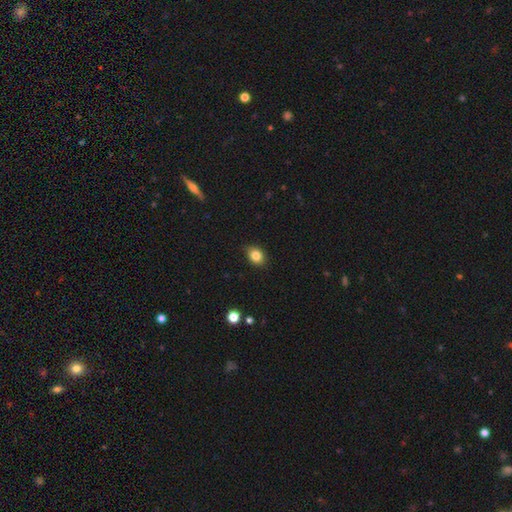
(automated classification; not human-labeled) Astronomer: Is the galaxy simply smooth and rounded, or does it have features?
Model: smooth — 83%.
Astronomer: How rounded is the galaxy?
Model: in between — 63%.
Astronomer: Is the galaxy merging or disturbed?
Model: none — 86%.